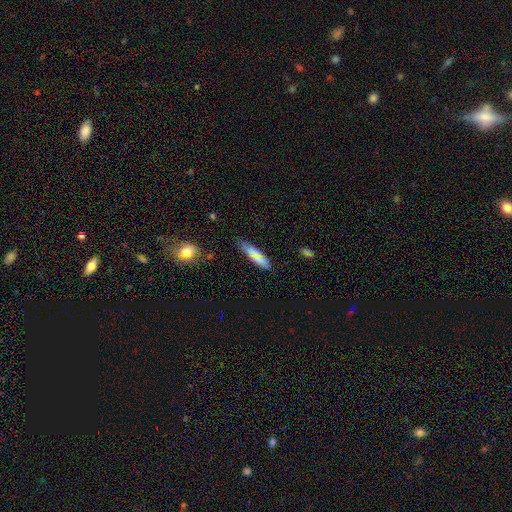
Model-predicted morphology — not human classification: Smooth or featured?
  - smooth: 72% *
  - featured or disk: 16%
  - star or artifact: 12%
How rounded?
  - cigar-shaped: 67% *
  - in between: 30%
  - round: 3%
Merging?
  - none: 83% *
  - minor disturbance: 12%
  - major disturbance: 3%
  - merger: 2%